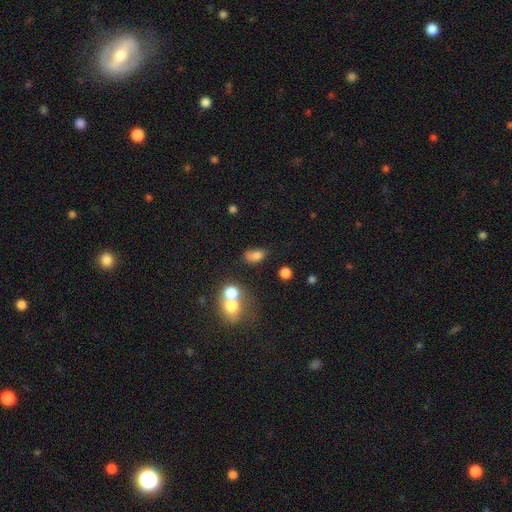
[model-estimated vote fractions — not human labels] A smooth galaxy with no disk features (76%) that is in between round and cigar-shaped (82%). Merging: none (48%).